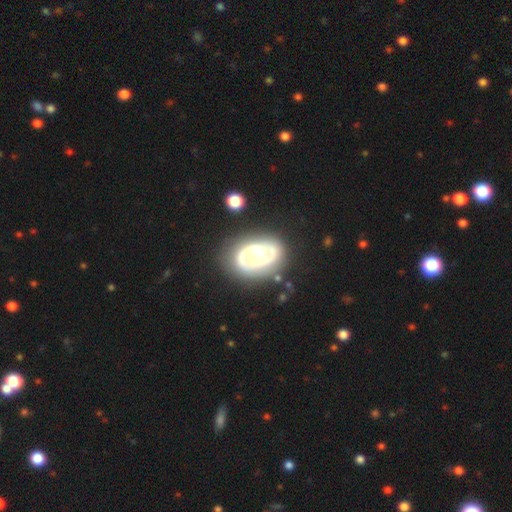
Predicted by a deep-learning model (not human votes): Smooth or featured: featured or disk — 89% (smooth — 6%)
Edge-on disk: no — 98% (yes — 2%)
Bar: no — 44% (weak — 36%)
Spiral arms: yes — 96% (no — 4%)
Spiral winding: medium — 50% (tight — 38%)
Spiral arm count: 2 — 92% (can't tell — 3%)
Bulge size: moderate — 45% (large — 36%)
Merging: none — 80% (minor disturbance — 13%)